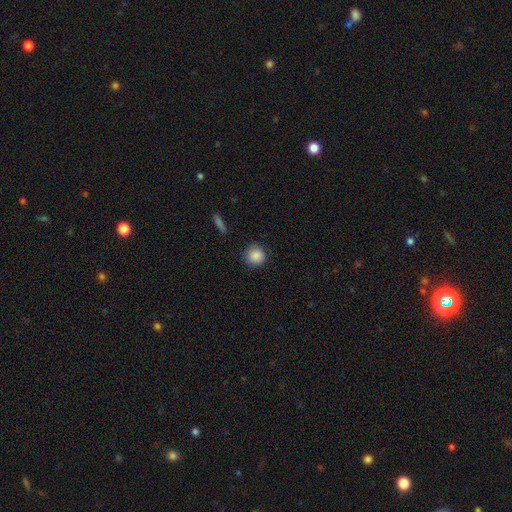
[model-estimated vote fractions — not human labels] This appears to be a smooth galaxy with no disk features (88%) that is round (93%). Merging: none (87%).